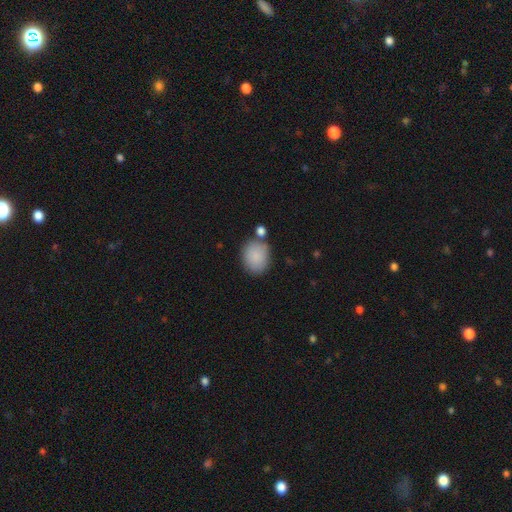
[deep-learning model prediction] The model was most divided on "how rounded": round: 57%, in between: 42%, cigar-shaped: 1%. More confident: smooth or featured — smooth (87%); merging — none (70%).